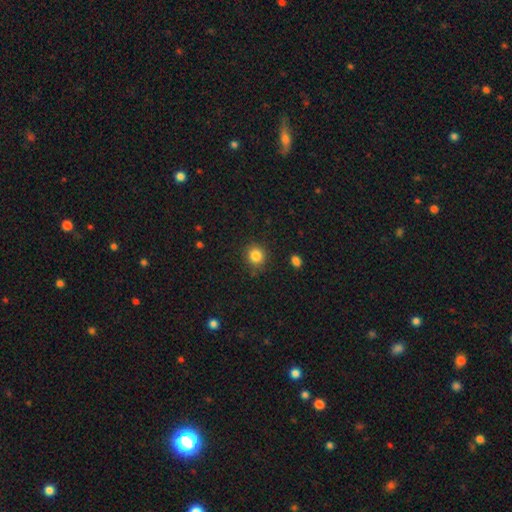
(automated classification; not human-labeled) smooth-or-featured: smooth: 84% | star or artifact: 11% | featured or disk: 5%
  how-rounded: round: 87% | in between: 13% | cigar-shaped: 1%
  merging: none: 86% | minor disturbance: 10% | major disturbance: 3% | merger: 2%